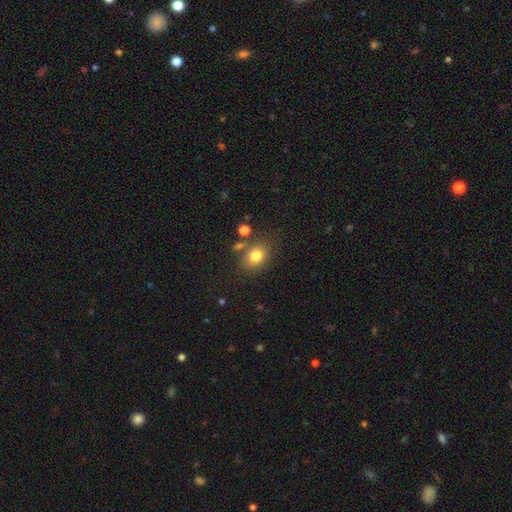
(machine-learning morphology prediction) type=smooth (79%); roundness=in between (53%); merging=none (72%).